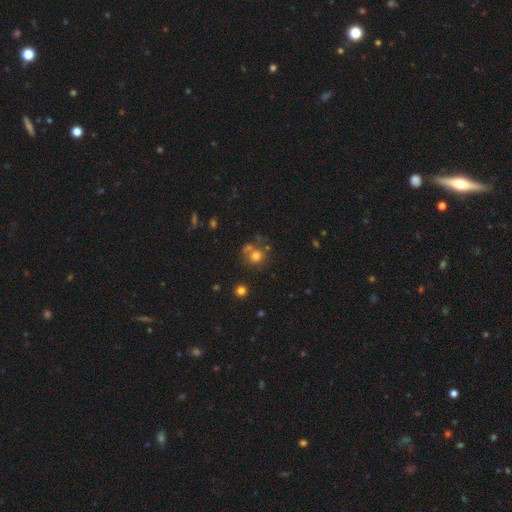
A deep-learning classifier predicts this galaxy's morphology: The model was most divided on "merging": none: 52%, merger: 28%, minor disturbance: 12%, major disturbance: 7%. More confident: how rounded — round (85%); smooth or featured — smooth (70%).